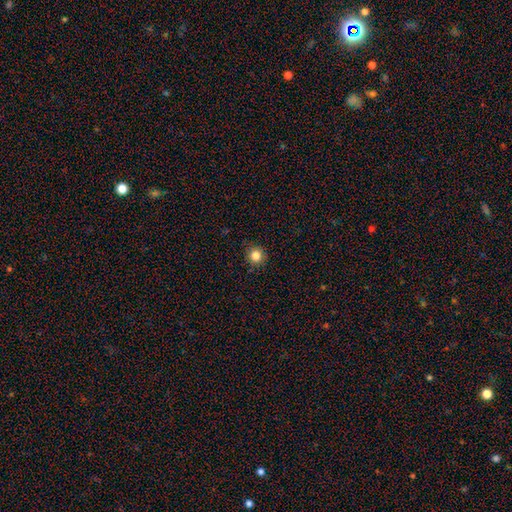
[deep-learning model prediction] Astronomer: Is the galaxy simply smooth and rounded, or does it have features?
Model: smooth — 83%.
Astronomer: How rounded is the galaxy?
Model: round — 93%.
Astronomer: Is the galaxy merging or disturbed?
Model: none — 91%.